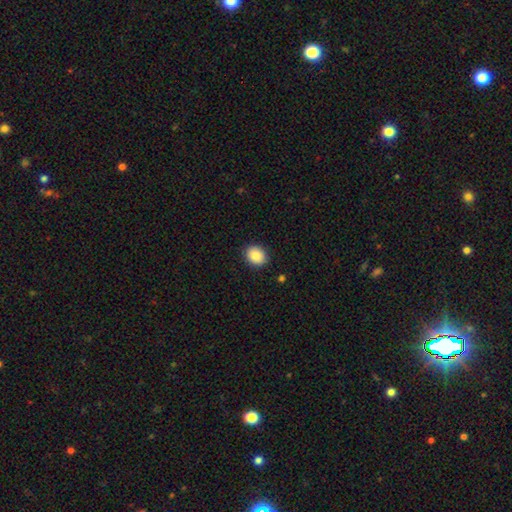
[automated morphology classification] smooth-or-featured: smooth: 89% | star or artifact: 8% | featured or disk: 4%
  how-rounded: round: 55% | in between: 45% | cigar-shaped: 1%
  merging: none: 89% | minor disturbance: 7% | major disturbance: 2% | merger: 1%